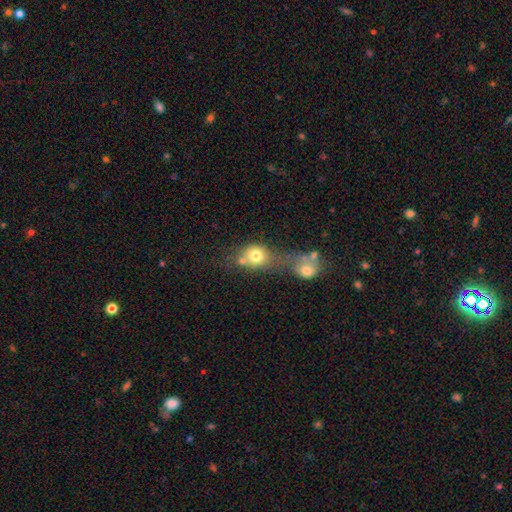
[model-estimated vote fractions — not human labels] smooth 74%, featured or disk 15%, star or artifact 11%. Down the decision tree: how rounded — round (74%); merging — merger (60%).